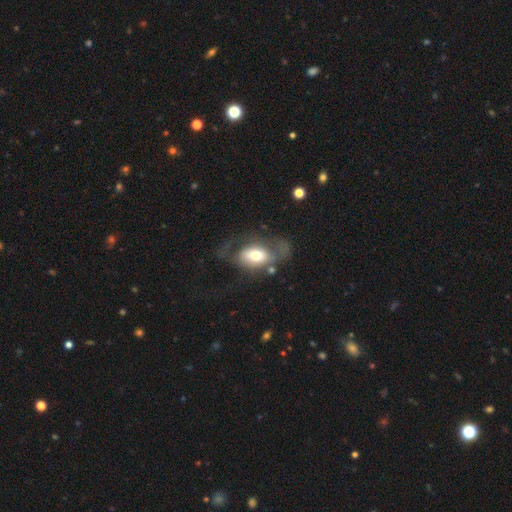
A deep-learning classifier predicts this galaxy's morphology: Q: Smooth or featured?
A: smooth (54%); runner-up: featured or disk (39%)
Q: How rounded?
A: in between (83%); runner-up: round (15%)
Q: Merging?
A: major disturbance (42%); runner-up: none (32%)